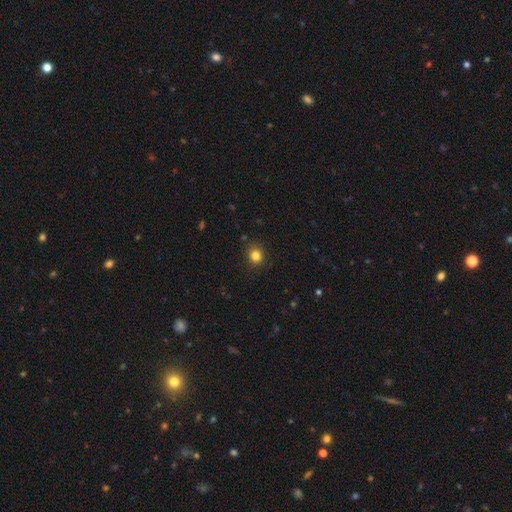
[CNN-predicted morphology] This appears to be a smooth galaxy with no disk features (82%) that is round (83%). Merging: none (88%).